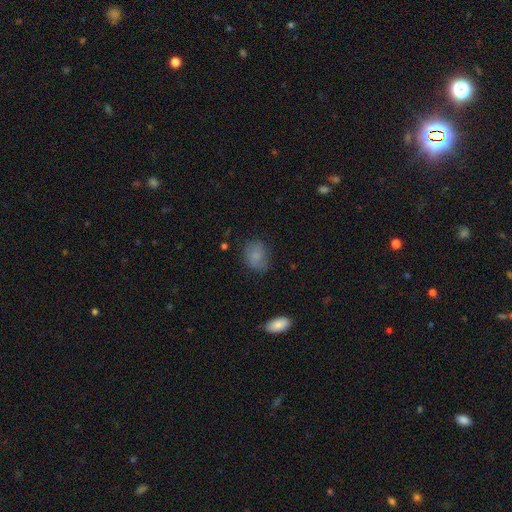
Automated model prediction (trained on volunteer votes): Morphology: type=smooth (78%); roundness=in between (59%); merging=none (67%).